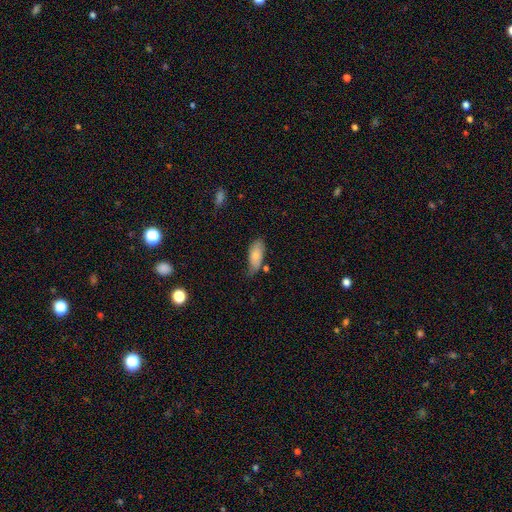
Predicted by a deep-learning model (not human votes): The model was most divided on "merging": none: 56%, minor disturbance: 32%, major disturbance: 6%, merger: 5%. More confident: how rounded — in between (85%); smooth or featured — smooth (78%).